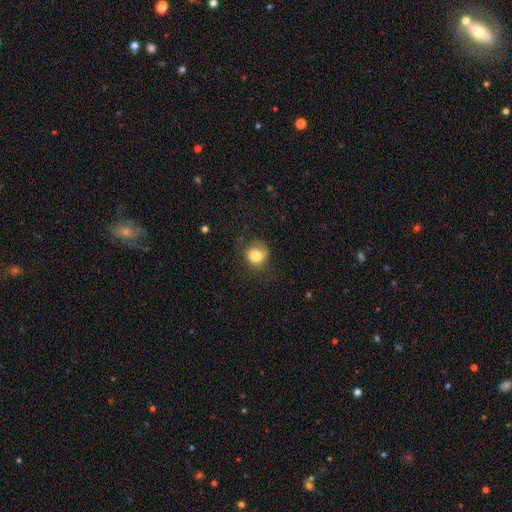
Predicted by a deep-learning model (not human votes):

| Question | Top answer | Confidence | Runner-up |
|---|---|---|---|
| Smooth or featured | smooth | 78% | featured or disk (13%) |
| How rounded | round | 77% | in between (22%) |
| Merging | none | 57% | minor disturbance (27%) |